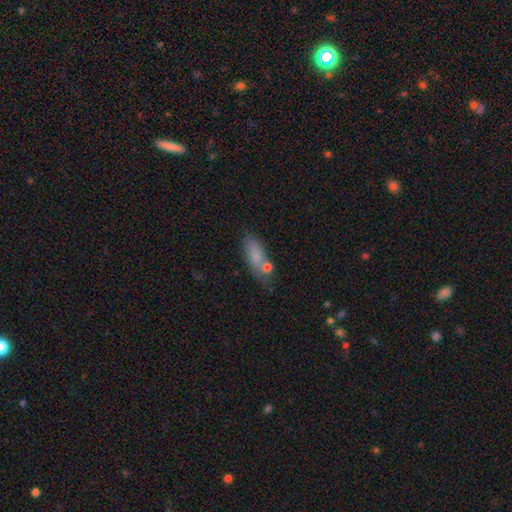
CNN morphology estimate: A smooth galaxy with no disk features (77%) that is in between round and cigar-shaped (69%).

Vote fractions:
- Smooth or featured? smooth: 77% / featured or disk: 14% / star or artifact: 10%
- How rounded? in between: 69% / cigar-shaped: 27% / round: 4%
- Merging? none: 57% / minor disturbance: 20% / merger: 15% / major disturbance: 7%